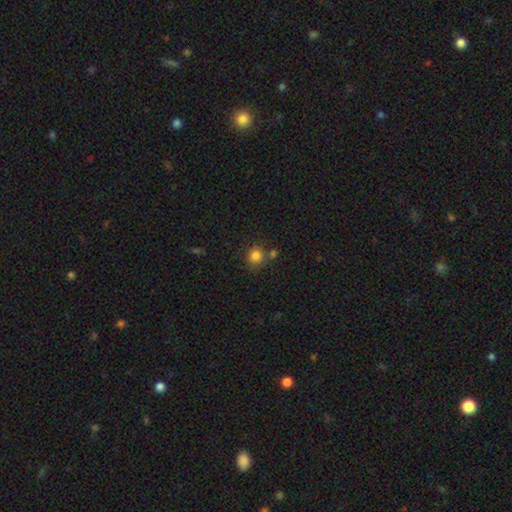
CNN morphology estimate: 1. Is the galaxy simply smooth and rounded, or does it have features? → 83% smooth, 11% star or artifact, 6% featured or disk.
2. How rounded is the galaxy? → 81% round, 18% in between, 1% cigar-shaped.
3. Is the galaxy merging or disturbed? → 66% none, 17% merger, 13% minor disturbance, 4% major disturbance.